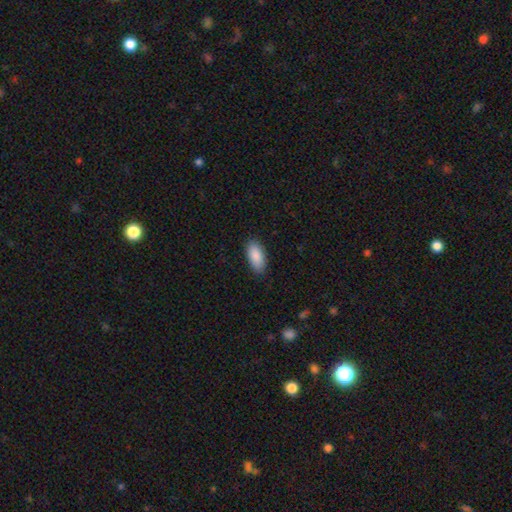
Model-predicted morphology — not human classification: A smooth galaxy with no disk features (90%) that is in between round and cigar-shaped (91%).

Vote fractions:
- Smooth or featured? smooth: 90% / star or artifact: 6% / featured or disk: 5%
- How rounded? in between: 91% / cigar-shaped: 7% / round: 2%
- Merging? none: 87% / minor disturbance: 10% / major disturbance: 2% / merger: 1%